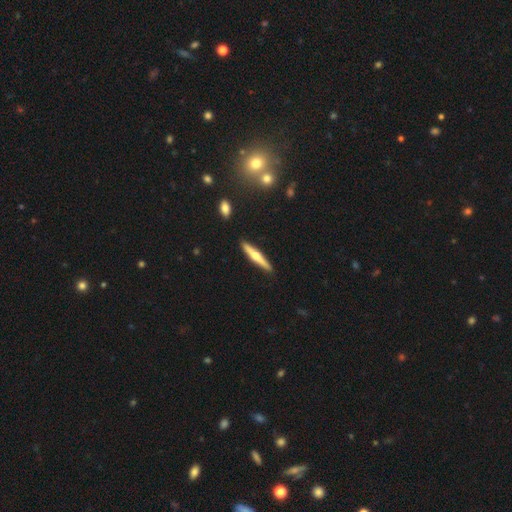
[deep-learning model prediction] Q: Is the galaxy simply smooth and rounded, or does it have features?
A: featured or disk — 59%.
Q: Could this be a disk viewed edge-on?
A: yes — 97%.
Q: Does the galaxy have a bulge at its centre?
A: rounded — 86%.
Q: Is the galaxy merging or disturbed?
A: none — 90%.